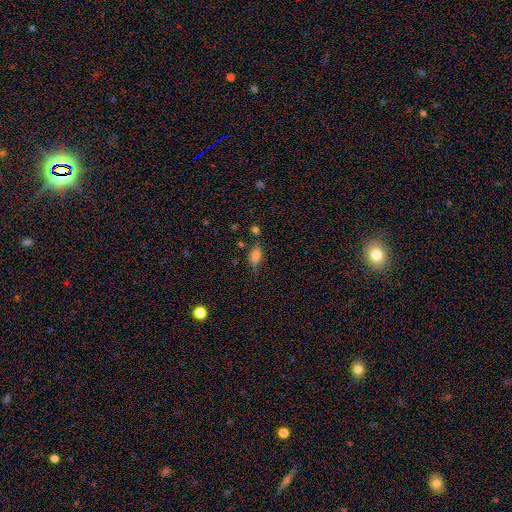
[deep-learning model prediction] This appears to be a smooth galaxy with no disk features (69%) that is in between round and cigar-shaped (75%). Merging: none (62%).